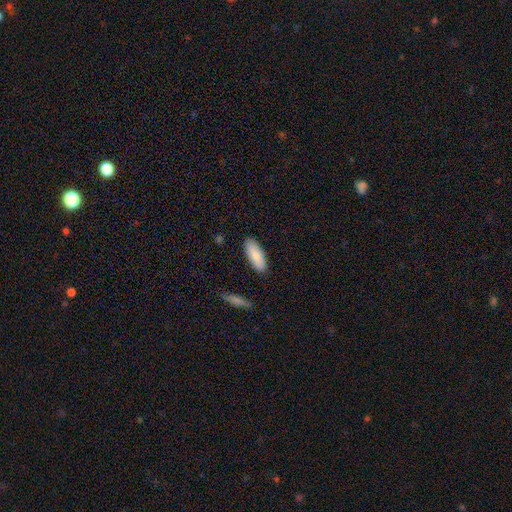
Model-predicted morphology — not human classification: A smooth galaxy with no disk features (84%) that is in between round and cigar-shaped (77%). Merging: none (87%).